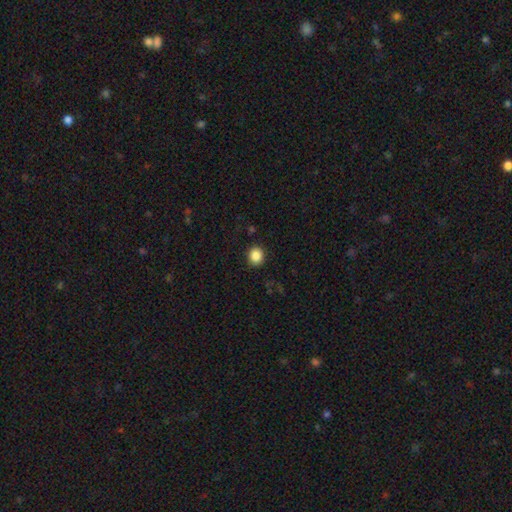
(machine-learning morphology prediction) Smooth or featured? smooth (87%)
How rounded? round (82%)
Merging? none (91%)